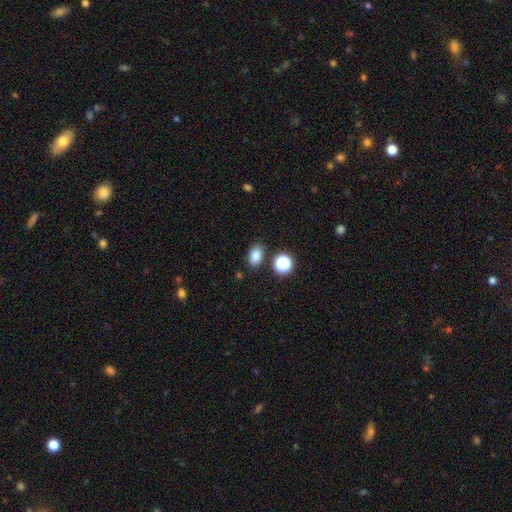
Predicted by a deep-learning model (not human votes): Smooth or featured: smooth — 83% (star or artifact — 13%)
How rounded: in between — 80% (round — 19%)
Merging: none — 82% (minor disturbance — 10%)